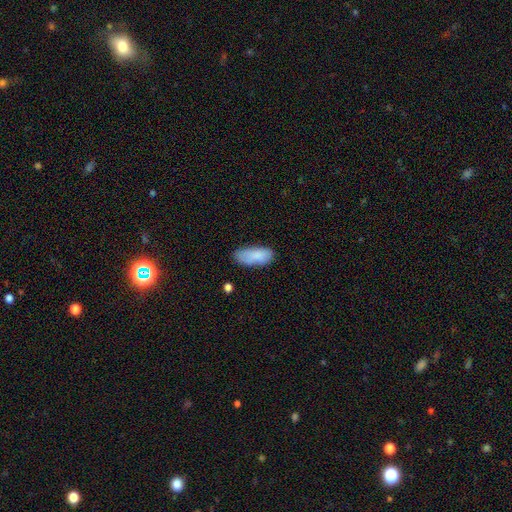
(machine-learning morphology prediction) Overall: smooth (85%). How rounded: in between (84%). Merging: none (60%; minor disturbance 28%).